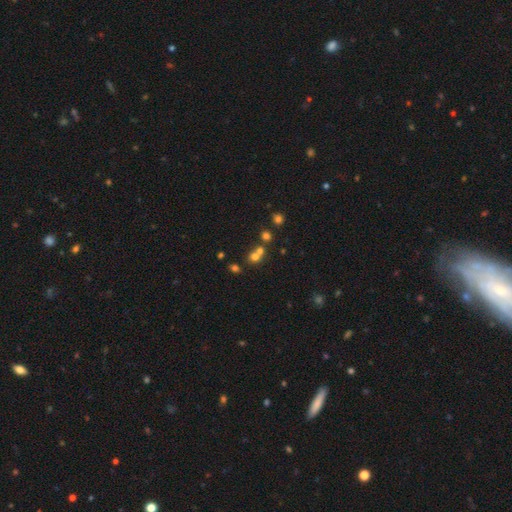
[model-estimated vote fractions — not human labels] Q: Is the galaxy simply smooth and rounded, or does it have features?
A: smooth — 62%.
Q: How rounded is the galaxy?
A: round — 81%.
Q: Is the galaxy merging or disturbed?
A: merger — 46%.